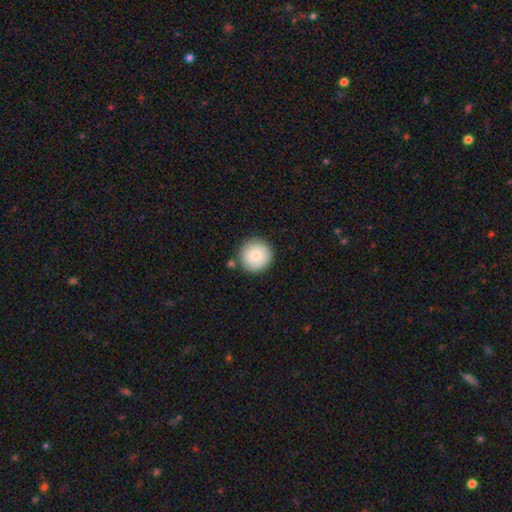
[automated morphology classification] Smooth or featured?
  - smooth: 81% *
  - featured or disk: 13%
  - star or artifact: 7%
How rounded?
  - round: 95% *
  - in between: 4%
  - cigar-shaped: 1%
Merging?
  - none: 81% *
  - minor disturbance: 11%
  - merger: 5%
  - major disturbance: 3%